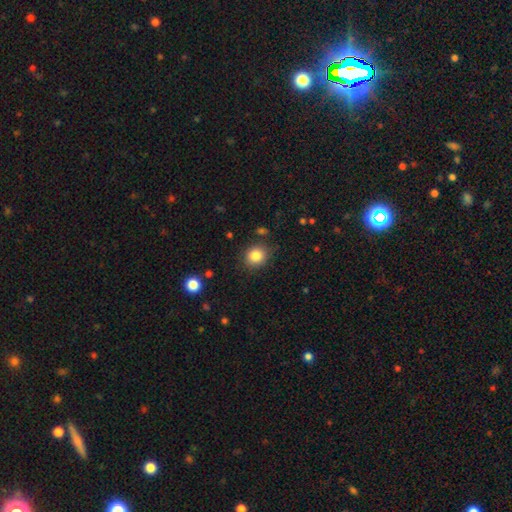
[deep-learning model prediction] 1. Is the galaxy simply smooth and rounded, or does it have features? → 85% smooth, 10% star or artifact, 5% featured or disk.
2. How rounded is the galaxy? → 80% round, 19% in between, 1% cigar-shaped.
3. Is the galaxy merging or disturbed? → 83% none, 11% minor disturbance, 3% major disturbance, 2% merger.